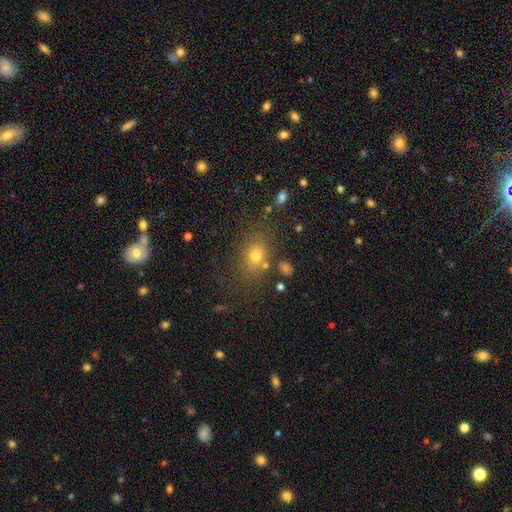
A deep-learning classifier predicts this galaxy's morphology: smooth 71%, star or artifact 18%, featured or disk 11%. Down the decision tree: how rounded — round (52%); merging — none (74%).